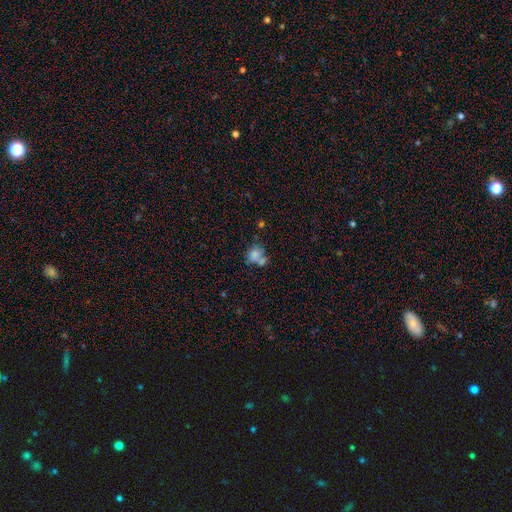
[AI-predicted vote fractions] The model was most divided on "merging" (2-way tie): none: 39%, merger: 39%, minor disturbance: 15%, major disturbance: 8%. More confident: smooth or featured — smooth (74%); how rounded — round (62%).